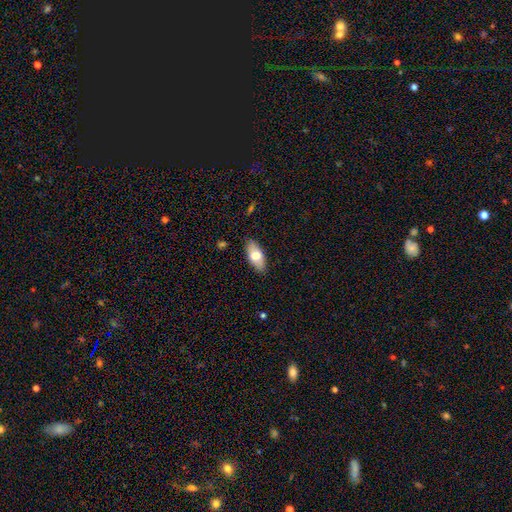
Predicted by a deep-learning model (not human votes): Smooth or featured? Predicted: smooth (p=0.71). How rounded? Predicted: in between (p=0.90). Merging? Predicted: none (p=0.87).